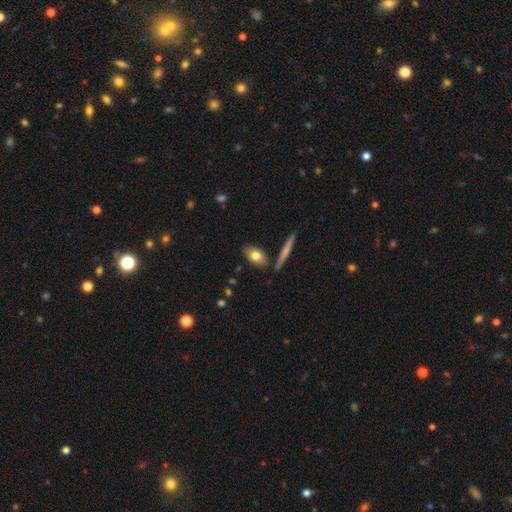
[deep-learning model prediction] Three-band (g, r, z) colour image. It shows a smooth galaxy with no disk features (76%) that is in between round and cigar-shaped (81%). Merging: none (79%).